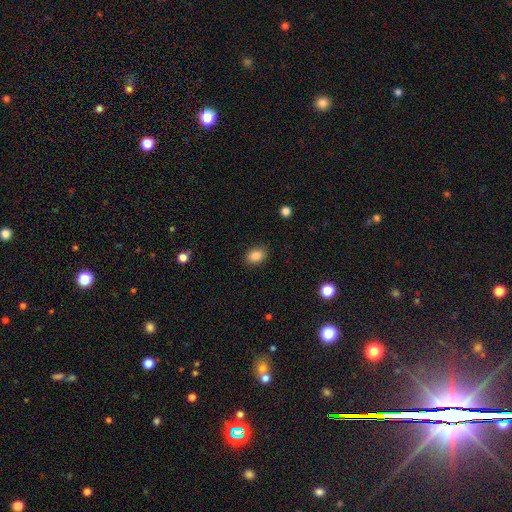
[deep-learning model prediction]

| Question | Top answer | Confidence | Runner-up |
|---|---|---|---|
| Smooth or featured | smooth | 86% | star or artifact (9%) |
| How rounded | in between | 74% | round (25%) |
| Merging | none | 89% | minor disturbance (8%) |